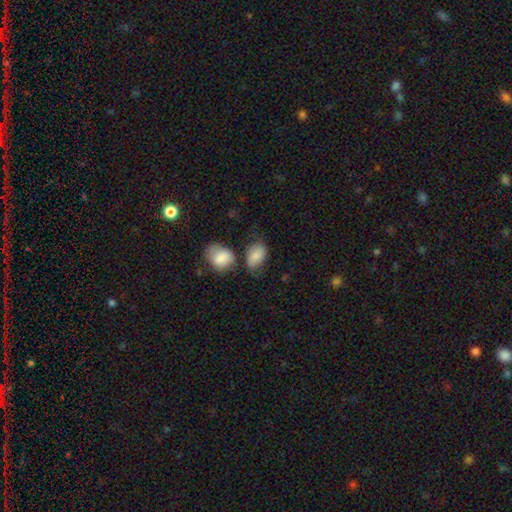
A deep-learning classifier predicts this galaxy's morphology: This appears to be a smooth galaxy with no disk features (79%) that is in between round and cigar-shaped (82%). Merging: none (46%).